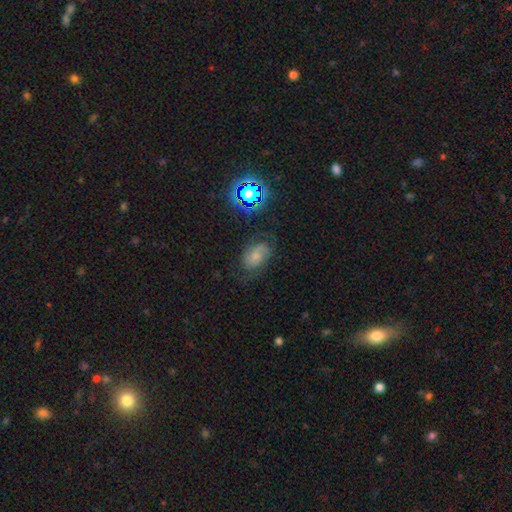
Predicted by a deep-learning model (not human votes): A smooth galaxy with no disk features (43%).

Vote fractions:
- Smooth or featured? smooth: 43% / featured or disk: 39% / star or artifact: 18%
- Merging? none: 62% / minor disturbance: 23% / major disturbance: 14% / merger: 2%